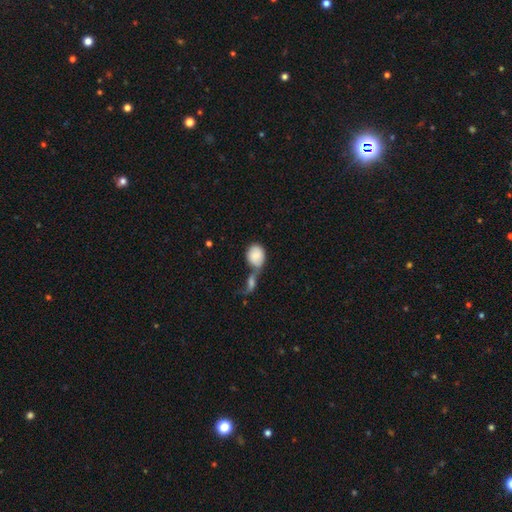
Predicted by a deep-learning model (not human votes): Smooth or featured: smooth — 80% (featured or disk — 14%)
How rounded: in between — 52% (round — 47%)
Merging: merger — 62% (none — 19%)